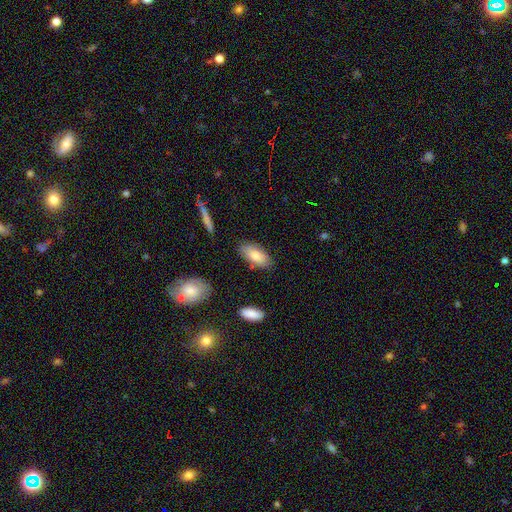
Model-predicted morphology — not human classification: Overall: smooth (80%). How rounded: in between (91%). Merging: none (80%).